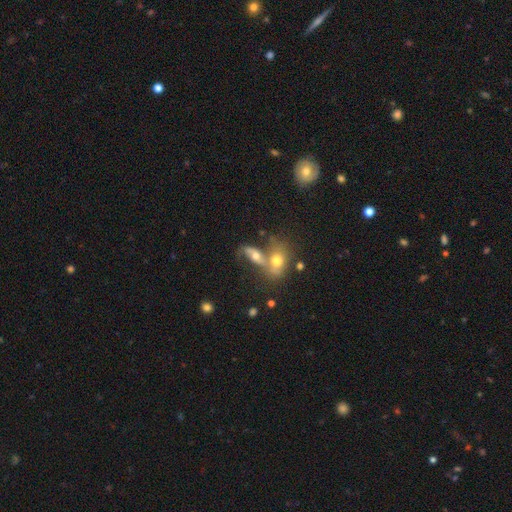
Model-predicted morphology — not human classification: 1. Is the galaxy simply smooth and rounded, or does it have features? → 44% featured or disk, 43% smooth, 13% star or artifact.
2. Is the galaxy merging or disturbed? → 55% merger, 27% none, 10% minor disturbance, 8% major disturbance.